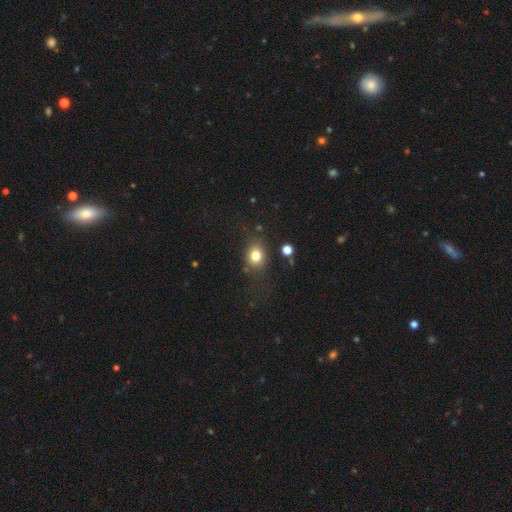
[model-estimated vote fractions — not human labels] smooth 78%, star or artifact 13%, featured or disk 9%. Down the decision tree: how rounded — round (63%); merging — none (75%).